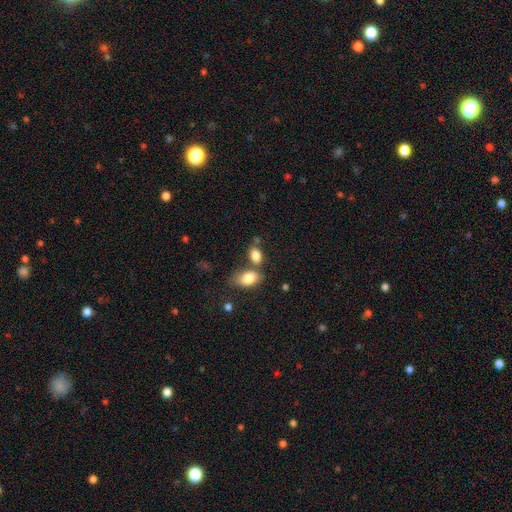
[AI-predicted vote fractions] This appears to be a smooth galaxy with no disk features (84%) that is in between round and cigar-shaped (87%). Merging: none (49%).